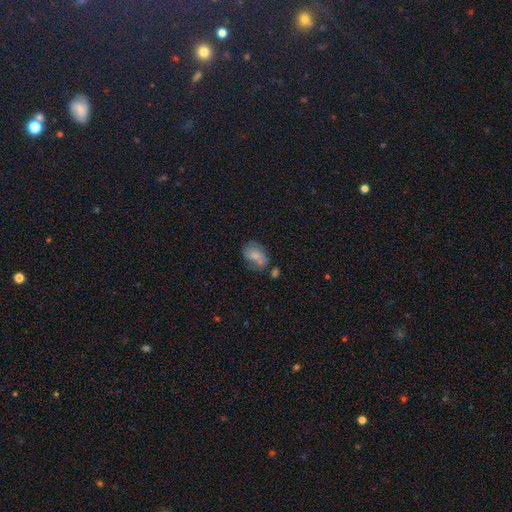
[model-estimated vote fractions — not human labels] A smooth galaxy with no disk features (69%) that is in between round and cigar-shaped (78%).

Vote fractions:
- Smooth or featured? smooth: 69% / featured or disk: 22% / star or artifact: 9%
- How rounded? in between: 78% / round: 20% / cigar-shaped: 1%
- Merging? none: 44% / minor disturbance: 25% / merger: 21% / major disturbance: 10%